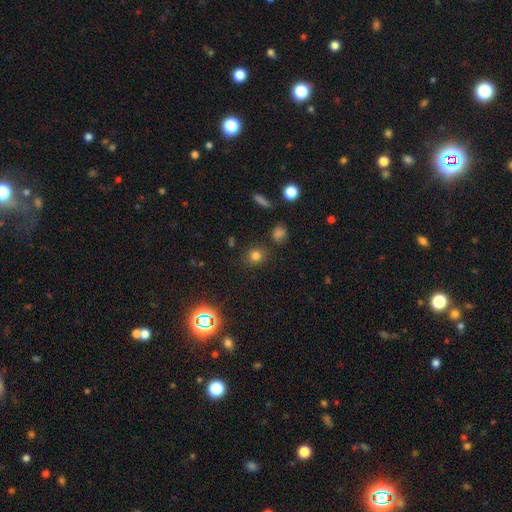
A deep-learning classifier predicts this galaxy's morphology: smooth_or_featured: smooth (p=0.75) [alt: star or artifact p=0.18]
how_rounded: round (p=0.82) [alt: in between p=0.16]
merging: none (p=0.83) [alt: minor disturbance p=0.11]